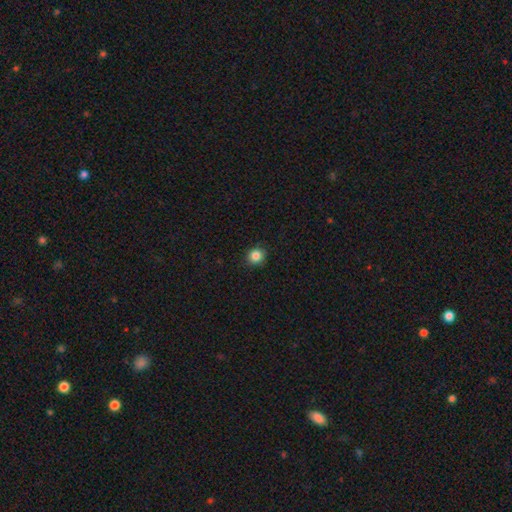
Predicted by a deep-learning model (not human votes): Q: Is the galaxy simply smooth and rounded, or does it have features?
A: smooth — 84%.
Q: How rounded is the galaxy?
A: round — 88%.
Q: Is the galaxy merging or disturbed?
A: none — 90%.